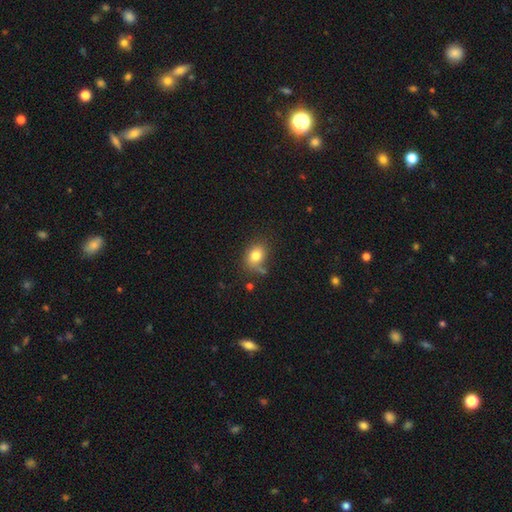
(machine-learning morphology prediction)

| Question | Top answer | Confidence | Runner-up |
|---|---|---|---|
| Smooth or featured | smooth | 79% | star or artifact (11%) |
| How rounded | in between | 55% | round (44%) |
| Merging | none | 60% | minor disturbance (22%) |